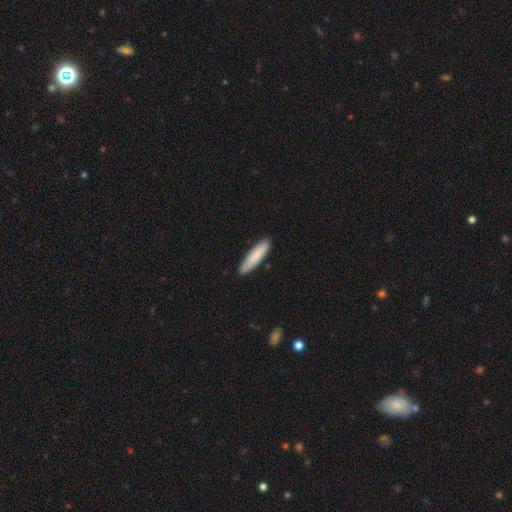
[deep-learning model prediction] Smooth or featured?
  - smooth: 84% *
  - featured or disk: 10%
  - star or artifact: 5%
How rounded?
  - cigar-shaped: 80% *
  - in between: 18%
  - round: 1%
Merging?
  - none: 88% *
  - minor disturbance: 10%
  - major disturbance: 2%
  - merger: 1%